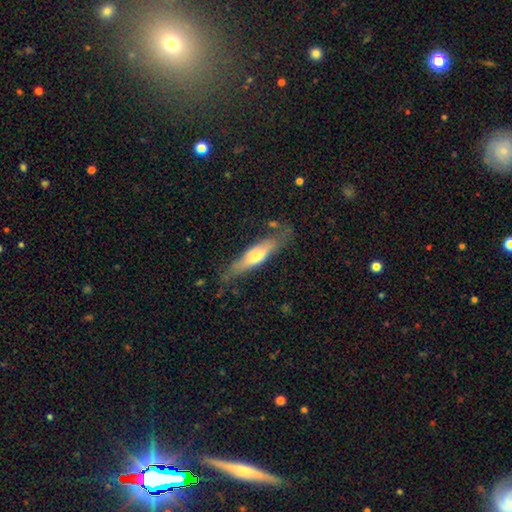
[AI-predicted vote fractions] Smooth or featured? smooth (48%)
Merging? none (66%)